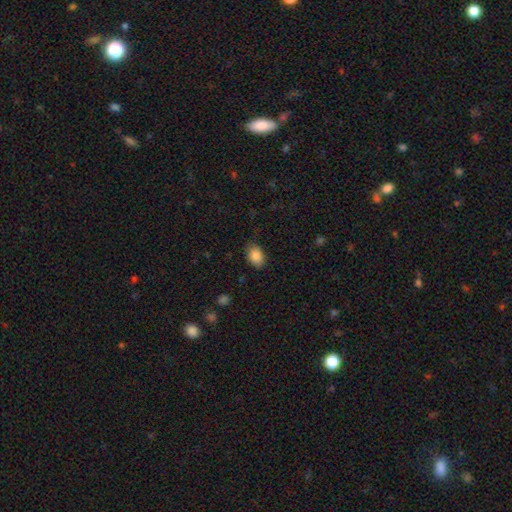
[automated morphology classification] Overall: smooth (88%). How rounded: in between (83%). Merging: none (81%).